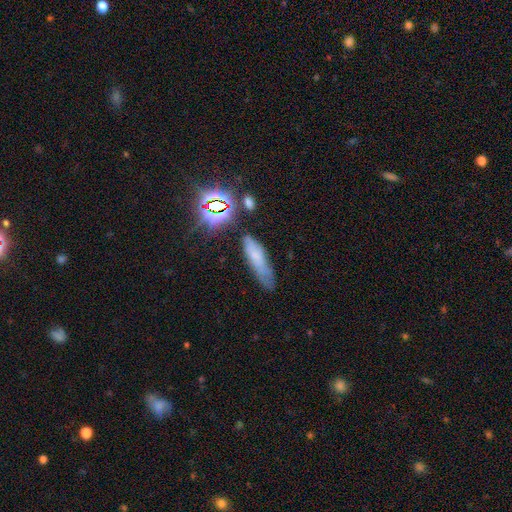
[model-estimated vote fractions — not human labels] This appears to be a smooth galaxy with no disk features (57%) that is cigar-shaped (63%). Merging: none (55%).